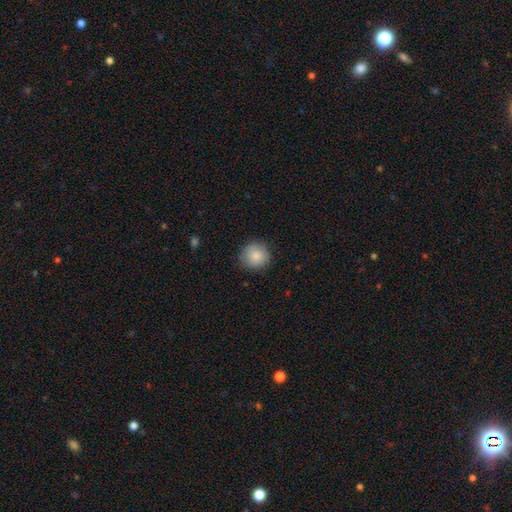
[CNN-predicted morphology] Smooth or featured?
  - smooth: 86% *
  - star or artifact: 7%
  - featured or disk: 7%
How rounded?
  - round: 91% *
  - in between: 8%
  - cigar-shaped: 1%
Merging?
  - none: 83% *
  - minor disturbance: 13%
  - major disturbance: 3%
  - merger: 1%